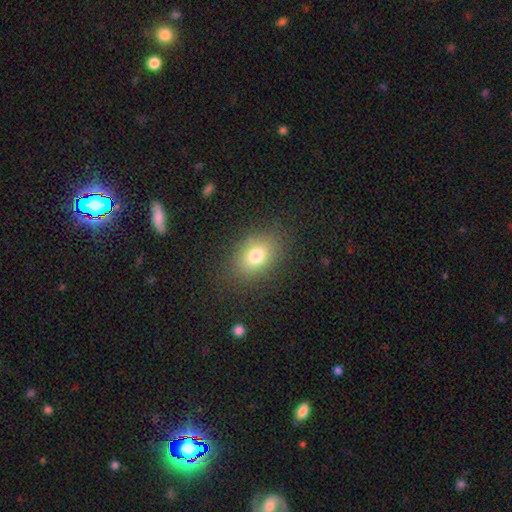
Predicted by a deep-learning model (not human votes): Overall: smooth (77%). How rounded: in between (69%; round 29%). Merging: none (82%).